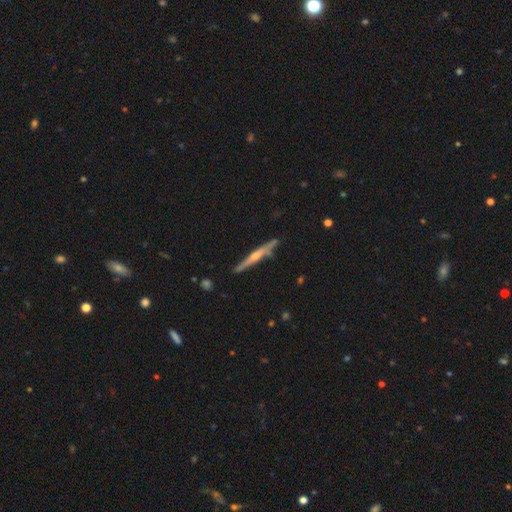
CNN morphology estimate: This is likely a featured or disk galaxy (74%). It is clearly viewed edge-on (97%). Edge-on bulge: clearly rounded (83%). Merging: clearly none (85%).